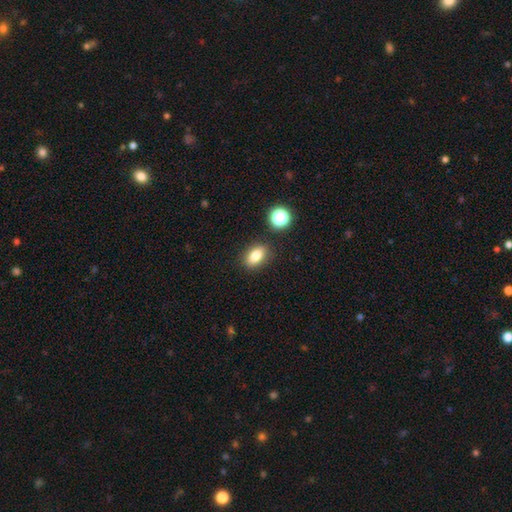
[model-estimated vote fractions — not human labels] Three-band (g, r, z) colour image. It shows a smooth galaxy with no disk features (80%) that is in between round and cigar-shaped (81%). Merging: none (85%).